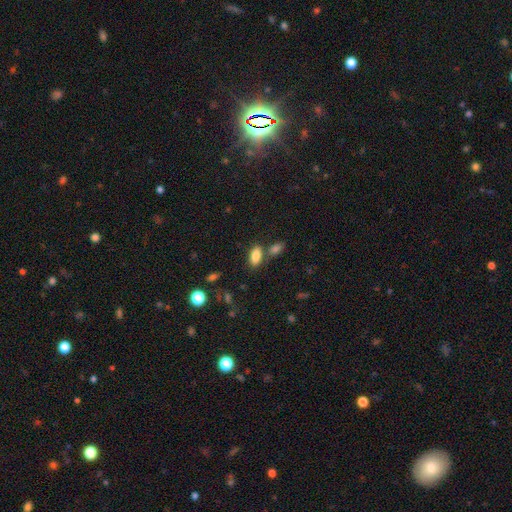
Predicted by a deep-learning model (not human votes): smooth 85%, star or artifact 9%, featured or disk 6%. Down the decision tree: how rounded — in between (89%); merging — none (65%).